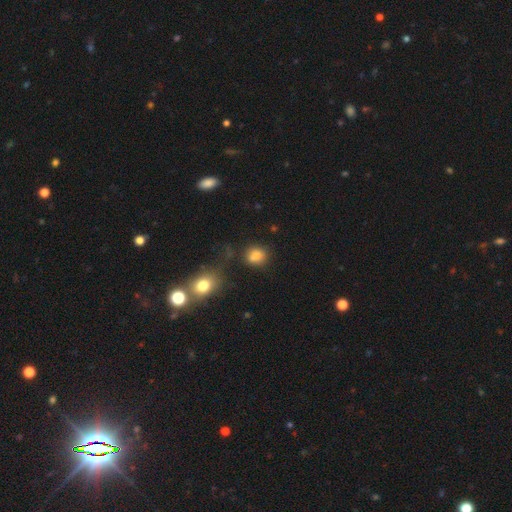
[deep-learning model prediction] The model was most divided on "how rounded": round: 57%, in between: 42%, cigar-shaped: 2%. More confident: smooth or featured — smooth (80%); merging — none (62%).